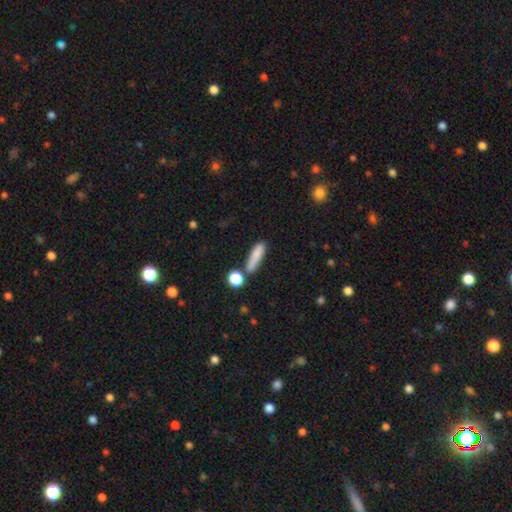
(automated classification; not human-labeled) Morphology: type=smooth (81%); roundness=cigar-shaped (69%); merging=none (68%).